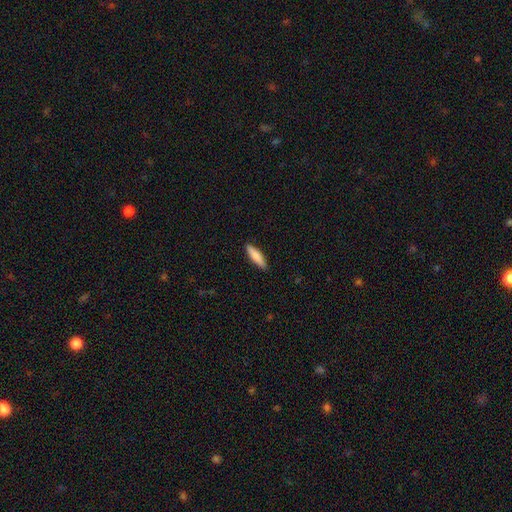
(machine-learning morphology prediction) smooth 81%, featured or disk 13%, star or artifact 6%. Down the decision tree: how rounded — cigar-shaped (75%); merging — none (89%).